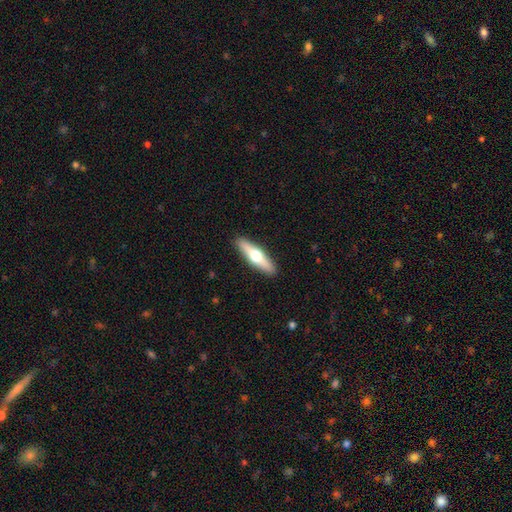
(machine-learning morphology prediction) featured or disk 50%, smooth 44%, star or artifact 5%. Down the decision tree: edge-on disk — yes (91%); merging — none (91%).